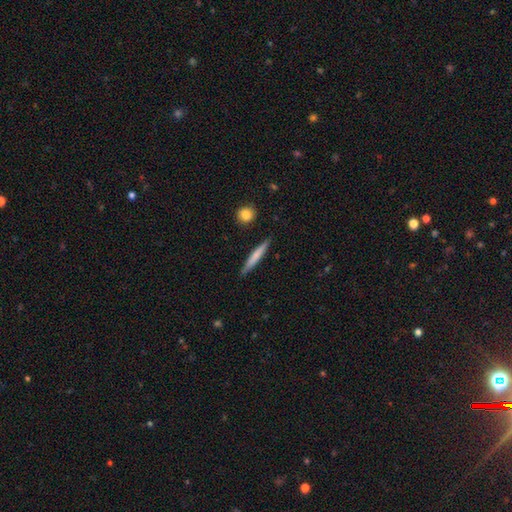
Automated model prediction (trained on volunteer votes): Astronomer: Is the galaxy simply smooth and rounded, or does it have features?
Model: smooth — 66%.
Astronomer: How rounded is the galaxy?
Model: cigar-shaped — 95%.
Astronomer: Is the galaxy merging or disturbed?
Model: none — 88%.